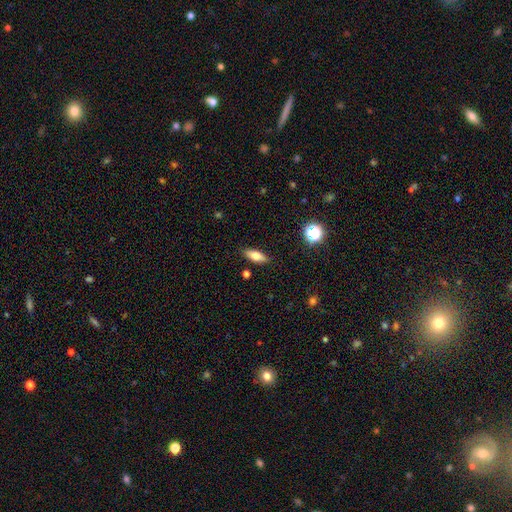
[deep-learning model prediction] A smooth galaxy with no disk features (69%) that is in between round and cigar-shaped (67%). Merging: none (87%).